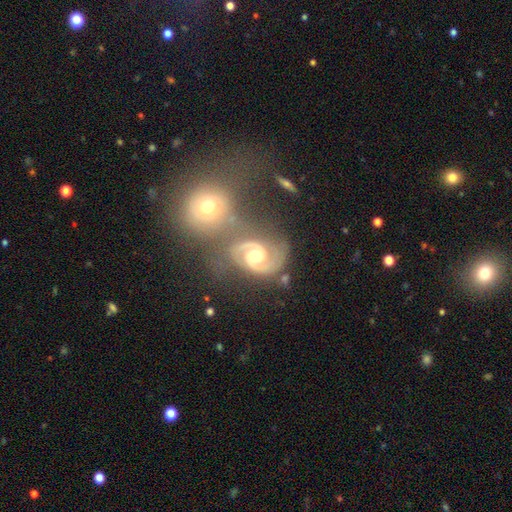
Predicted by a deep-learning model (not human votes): featured or disk 90%, star or artifact 5%, smooth 5%. Down the decision tree: edge-on disk — no (98%); bar — no (60%); spiral arms — yes (98%); spiral arm count — 2 (92%); spiral winding — medium (51%); bulge size — moderate (75%); merging — none (59%).